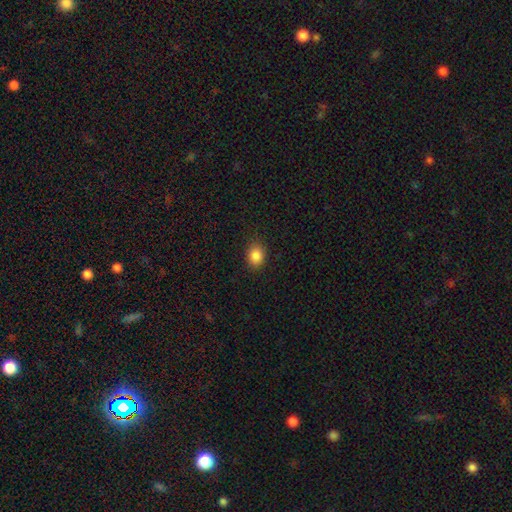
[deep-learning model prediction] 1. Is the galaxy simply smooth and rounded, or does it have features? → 87% smooth, 10% star or artifact, 3% featured or disk.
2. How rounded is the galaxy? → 55% in between, 44% round, 1% cigar-shaped.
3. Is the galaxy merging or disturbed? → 86% none, 10% minor disturbance, 3% major disturbance, 1% merger.